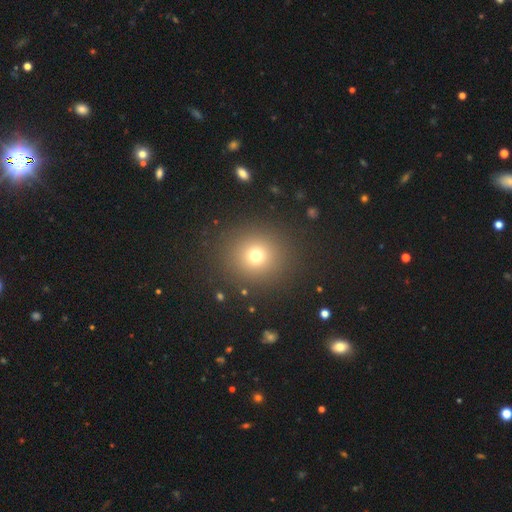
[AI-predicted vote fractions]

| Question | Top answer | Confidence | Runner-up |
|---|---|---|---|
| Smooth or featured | smooth | 71% | star or artifact (19%) |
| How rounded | round | 91% | in between (9%) |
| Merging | none | 89% | minor disturbance (6%) |